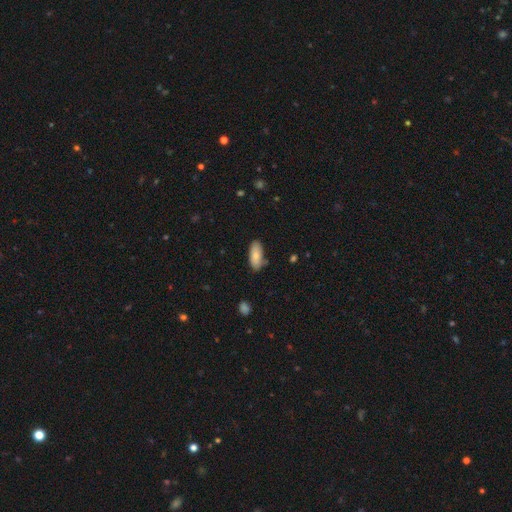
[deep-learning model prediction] Morphology: type=smooth (81%); roundness=in between (86%); merging=none (78%).